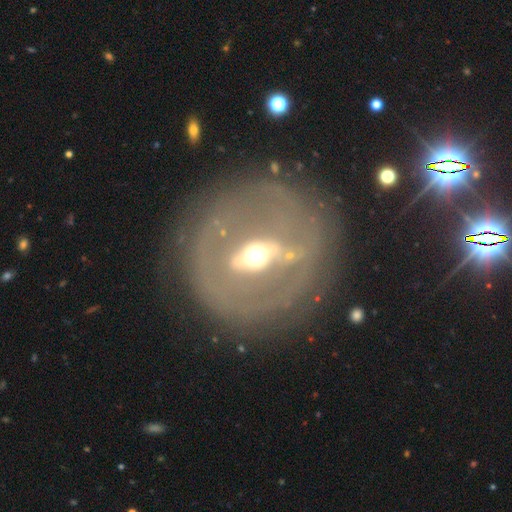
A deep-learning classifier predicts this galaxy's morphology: A featured or disk galaxy (75%) with a strong bar (60%), no spiral arms (69%) and a moderate central bulge (66%). Merging: none (72%).